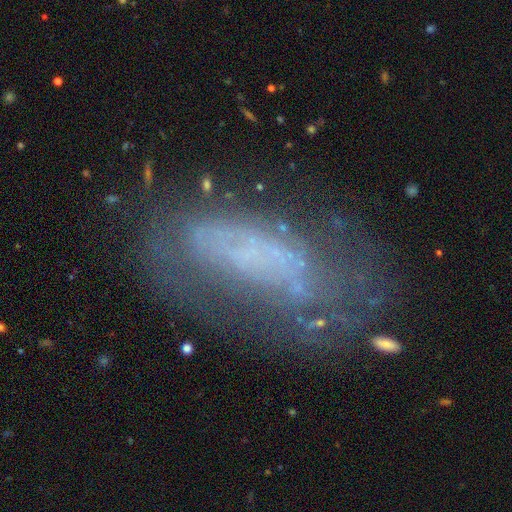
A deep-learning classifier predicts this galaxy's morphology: The model was most divided on "smooth or featured": featured or disk: 53%, smooth: 32%, star or artifact: 15%. More confident: edge-on disk — no (90%); merging — none (52%).